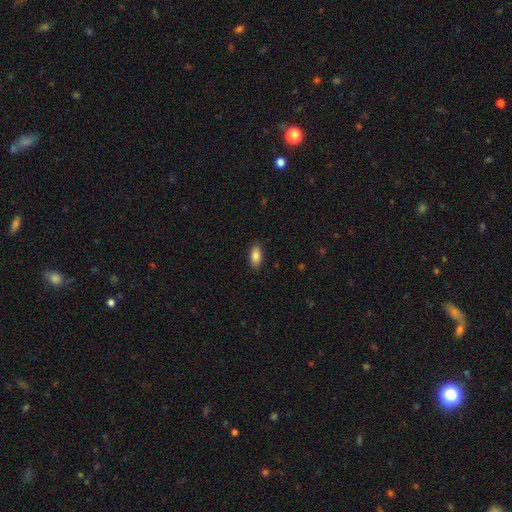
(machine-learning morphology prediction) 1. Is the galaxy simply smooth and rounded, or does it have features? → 86% smooth, 7% star or artifact, 7% featured or disk.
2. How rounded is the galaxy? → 90% in between, 7% cigar-shaped, 3% round.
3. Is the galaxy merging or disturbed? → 88% none, 9% minor disturbance, 2% major disturbance, 1% merger.